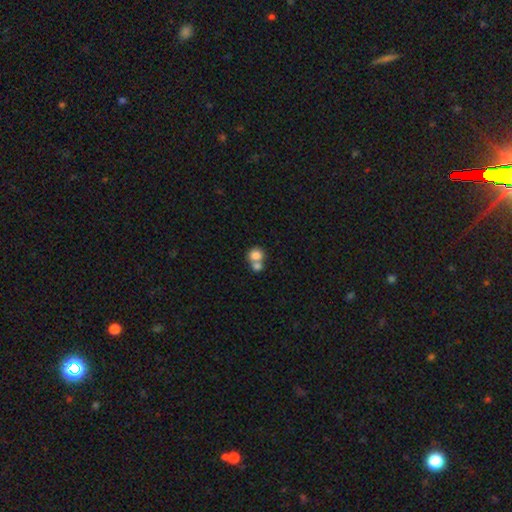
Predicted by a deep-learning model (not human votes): Smooth or featured? smooth (79%)
How rounded? round (78%)
Merging? merger (59%)